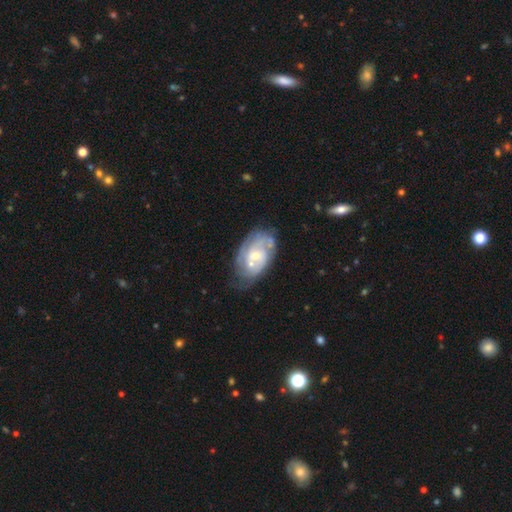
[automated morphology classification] Smooth or featured?
  - featured or disk: 76% *
  - smooth: 17%
  - star or artifact: 6%
Edge-on disk?
  - no: 96% *
  - yes: 4%
Bar?
  - no: 69% *
  - weak: 27%
  - strong: 4%
Spiral arms?
  - yes: 83% *
  - no: 17%
Spiral winding?
  - tight: 59% *
  - medium: 31%
  - loose: 10%
Spiral arm count?
  - can't tell: 43% *
  - 2: 30%
  - 3: 14%
  - 4: 5%
  - 1: 5%
  - more than 4: 3%
Bulge size?
  - small: 49% *
  - moderate: 46%
  - large: 2%
  - none: 2%
  - dominant: 1%
Merging?
  - none: 54% *
  - minor disturbance: 25%
  - major disturbance: 11%
  - merger: 10%